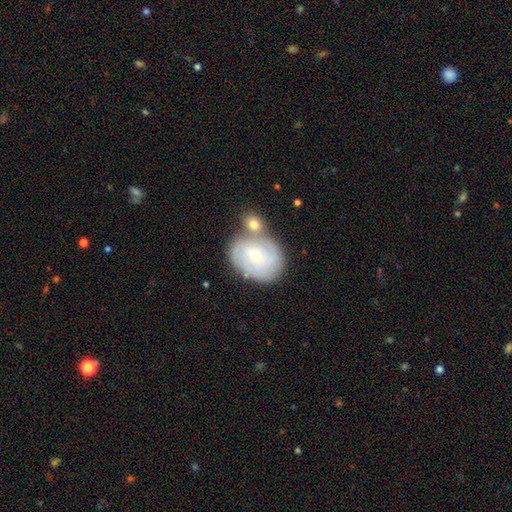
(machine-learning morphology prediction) Smooth or featured? featured or disk (62%)
Edge-on disk? no (97%)
Bar? no (64%)
Spiral arms? yes (79%)
Bulge size? small (69%)
Merging? none (49%)